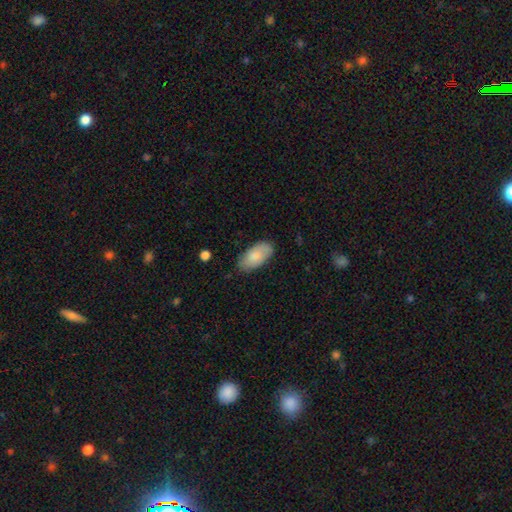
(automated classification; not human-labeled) A smooth galaxy with no disk features (83%) that is in between round and cigar-shaped (94%).

Vote fractions:
- Smooth or featured? smooth: 83% / featured or disk: 12% / star or artifact: 6%
- How rounded? in between: 94% / cigar-shaped: 4% / round: 2%
- Merging? none: 79% / minor disturbance: 17% / major disturbance: 3% / merger: 1%